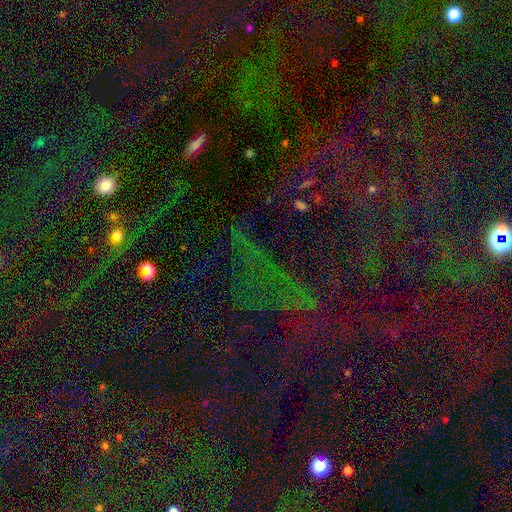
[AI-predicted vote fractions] Overall: star or artifact (77%).